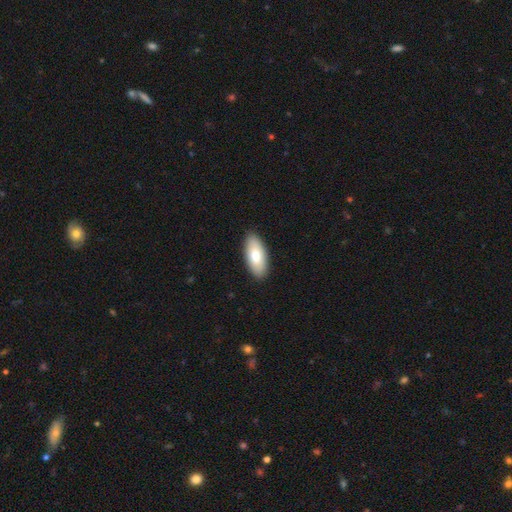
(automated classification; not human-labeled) Smooth or featured? smooth (78%)
How rounded? in between (88%)
Merging? none (89%)